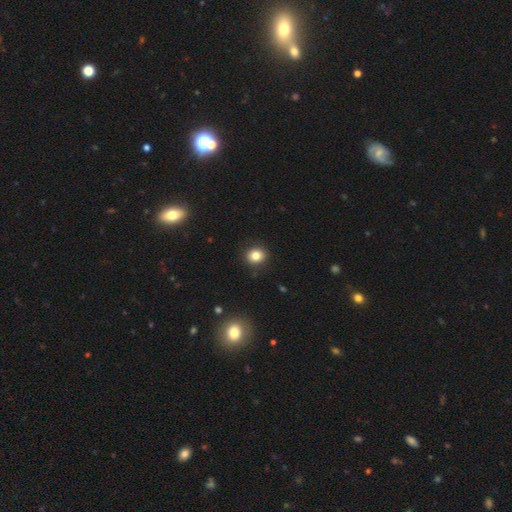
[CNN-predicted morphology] smooth 82%, star or artifact 11%, featured or disk 7%. Down the decision tree: how rounded — round (77%); merging — none (90%).